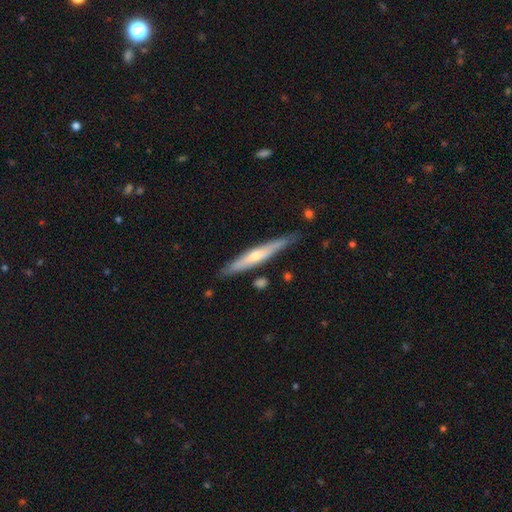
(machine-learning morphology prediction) smooth_or_featured: featured or disk (p=0.54) [alt: smooth p=0.41]
disk_edge_on: yes (p=0.92) [alt: no p=0.08]
merging: none (p=0.82) [alt: minor disturbance p=0.13]